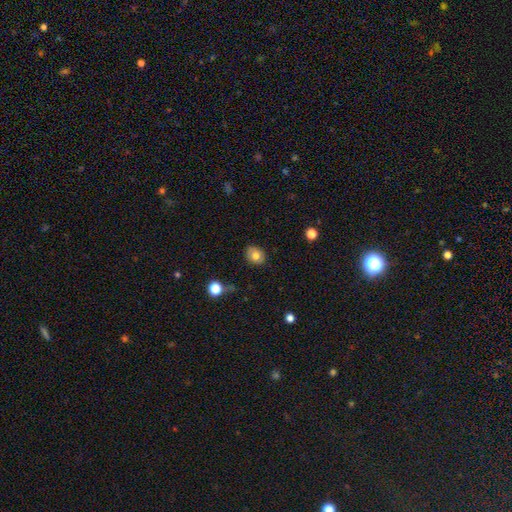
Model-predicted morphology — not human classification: smooth_or_featured: smooth (p=0.78) [alt: featured or disk p=0.12]
how_rounded: round (p=0.54) [alt: in between p=0.45]
merging: none (p=0.83) [alt: minor disturbance p=0.13]